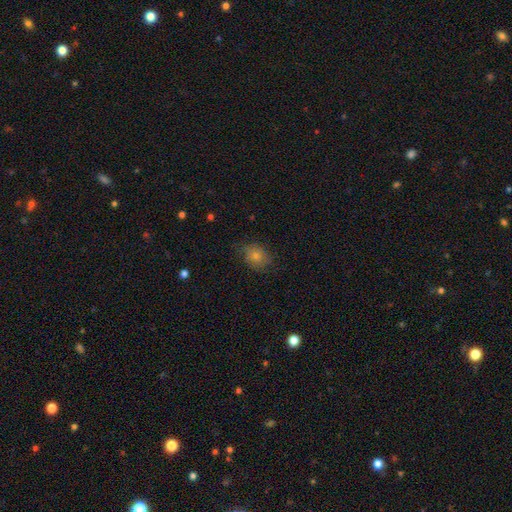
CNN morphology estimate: smooth_or_featured: smooth (p=0.79) [alt: featured or disk p=0.11]
how_rounded: round (p=0.52) [alt: in between p=0.47]
merging: none (p=0.72) [alt: minor disturbance p=0.21]